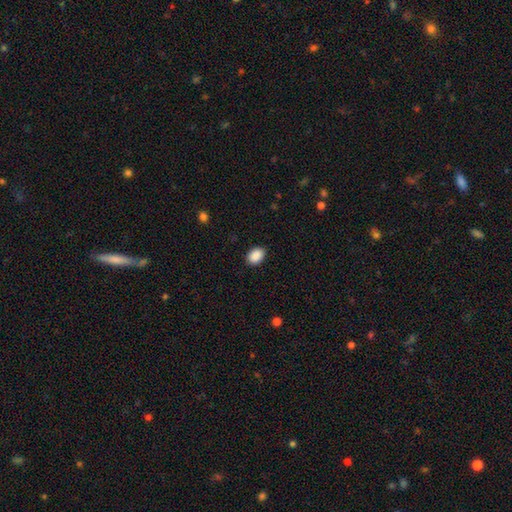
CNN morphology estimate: smooth-or-featured: smooth: 90% | star or artifact: 7% | featured or disk: 3%
  how-rounded: in between: 80% | round: 19% | cigar-shaped: 1%
  merging: none: 88% | minor disturbance: 9% | major disturbance: 2% | merger: 1%